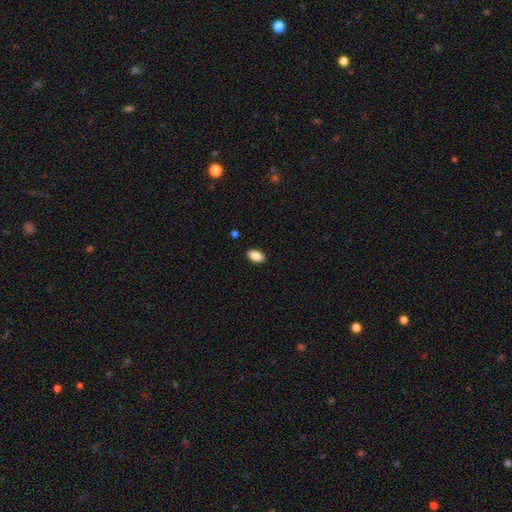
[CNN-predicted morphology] Q: Smooth or featured?
A: smooth (88%); runner-up: star or artifact (7%)
Q: How rounded?
A: in between (93%); runner-up: round (4%)
Q: Merging?
A: none (90%); runner-up: minor disturbance (7%)